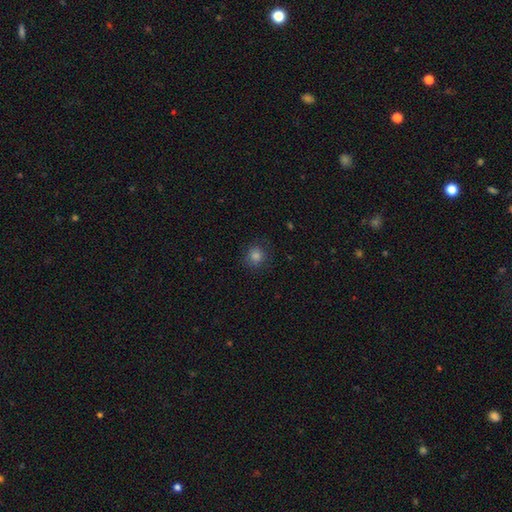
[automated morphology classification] smooth_or_featured: smooth (p=0.77) [alt: star or artifact p=0.17]
how_rounded: round (p=0.90) [alt: in between p=0.09]
merging: none (p=0.85) [alt: minor disturbance p=0.10]